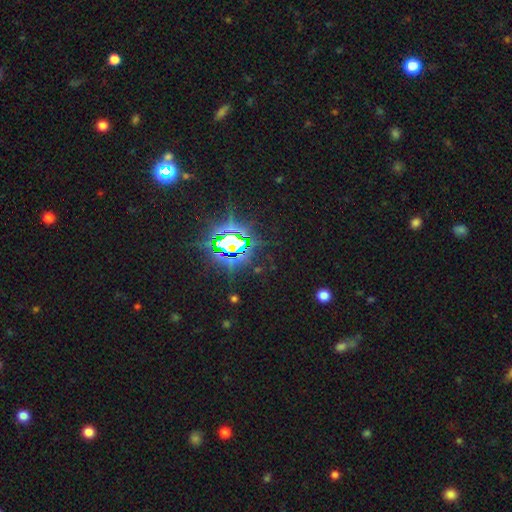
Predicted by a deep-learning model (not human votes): Smooth or featured? Predicted: star or artifact (p=0.80).